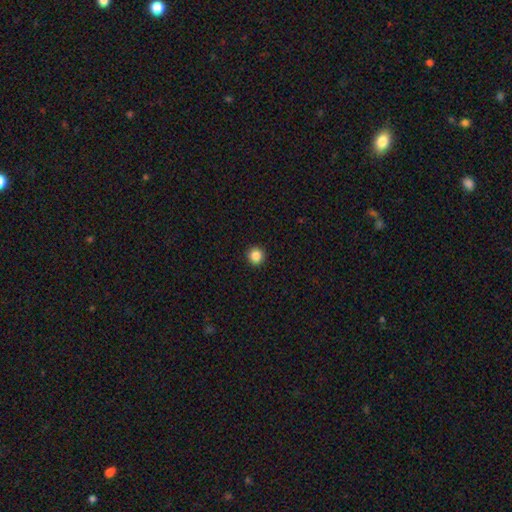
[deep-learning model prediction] This is clearly a smooth galaxy (86%). How rounded: clearly round (95%). Merging: clearly none (94%).